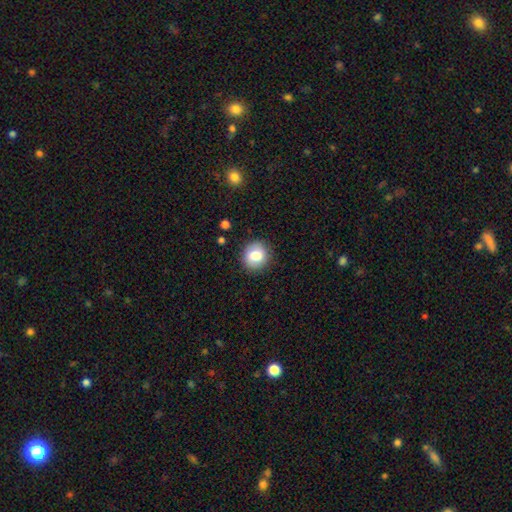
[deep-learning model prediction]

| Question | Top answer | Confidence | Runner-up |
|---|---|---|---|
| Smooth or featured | smooth | 80% | featured or disk (11%) |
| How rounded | round | 81% | in between (18%) |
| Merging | none | 87% | minor disturbance (9%) |